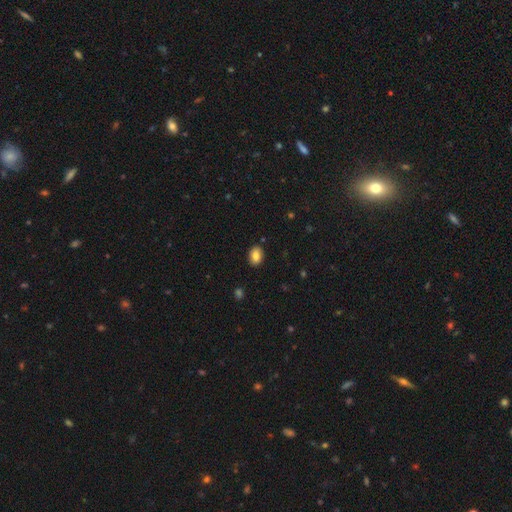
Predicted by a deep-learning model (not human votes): Smooth or featured? smooth (83%)
How rounded? in between (73%)
Merging? none (88%)